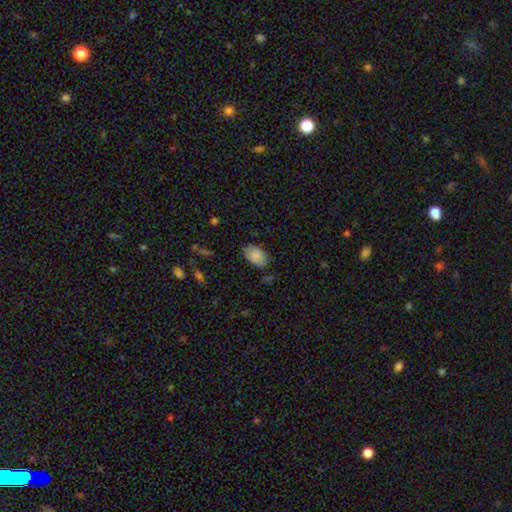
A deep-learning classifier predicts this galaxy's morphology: type=smooth (87%); roundness=in between (89%); merging=none (77%).